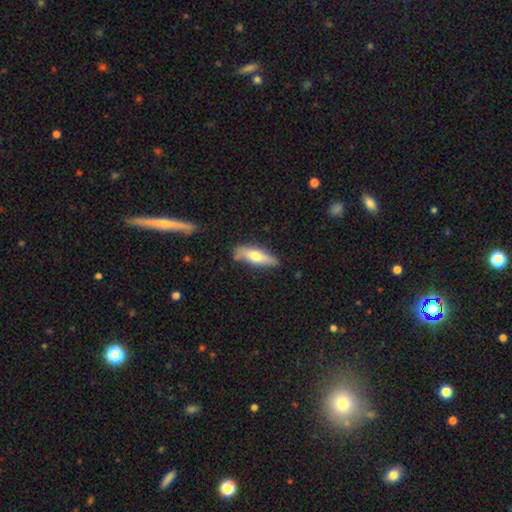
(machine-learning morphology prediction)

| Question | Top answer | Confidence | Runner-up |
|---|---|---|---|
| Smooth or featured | smooth | 57% | featured or disk (38%) |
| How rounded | cigar-shaped | 54% | in between (43%) |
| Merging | none | 77% | minor disturbance (17%) |